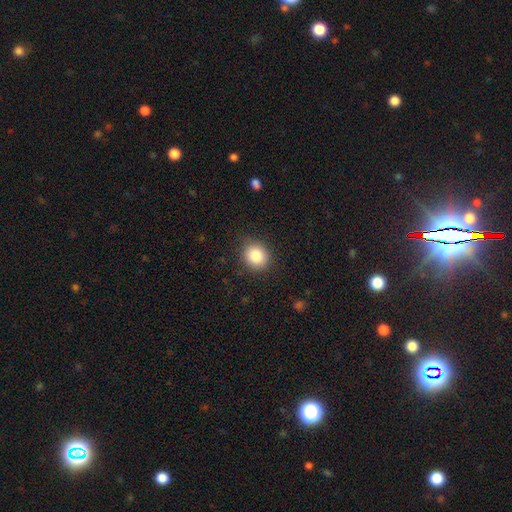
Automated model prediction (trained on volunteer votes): This appears to be a smooth galaxy with no disk features (84%) that is round (76%). Merging: none (86%).